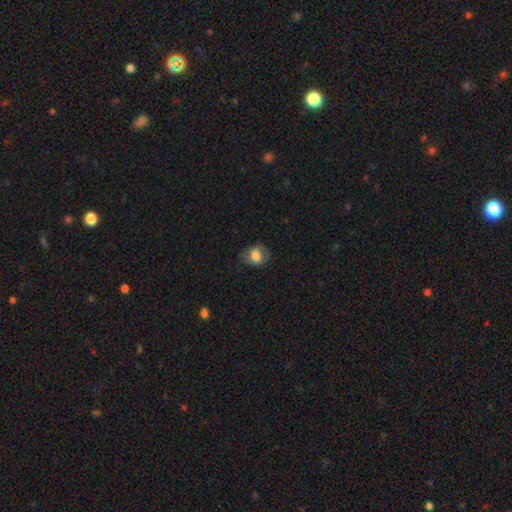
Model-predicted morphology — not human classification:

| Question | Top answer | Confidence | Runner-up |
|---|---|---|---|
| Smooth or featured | smooth | 76% | featured or disk (15%) |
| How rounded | round | 56% | in between (43%) |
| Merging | none | 64% | minor disturbance (25%) |